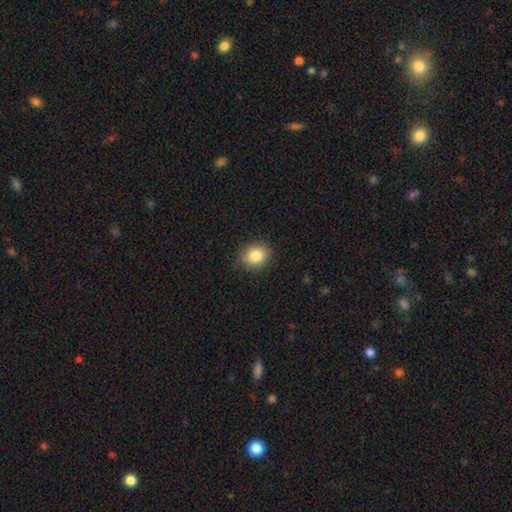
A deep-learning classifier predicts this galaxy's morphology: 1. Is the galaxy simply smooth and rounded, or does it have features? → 84% smooth, 10% star or artifact, 6% featured or disk.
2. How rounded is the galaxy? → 68% round, 31% in between, 1% cigar-shaped.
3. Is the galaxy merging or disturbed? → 86% none, 10% minor disturbance, 2% major disturbance, 1% merger.